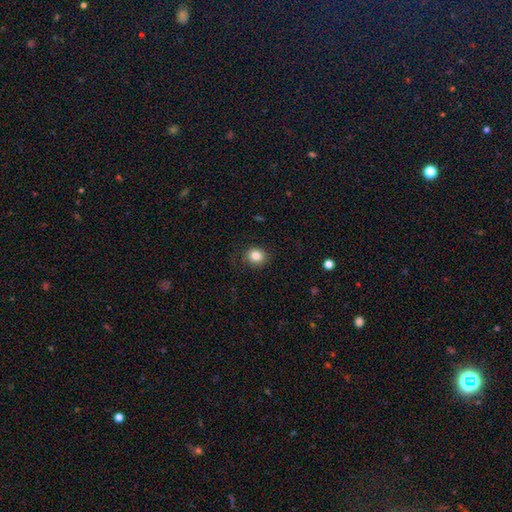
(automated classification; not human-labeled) Morphology: type=smooth (84%); roundness=round (79%); merging=none (84%).